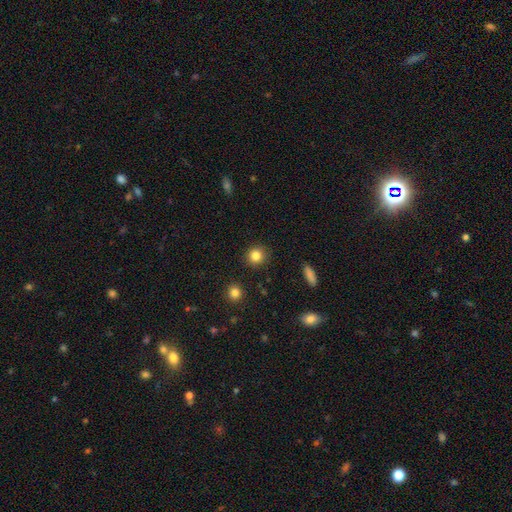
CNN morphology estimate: Smooth or featured: smooth — 83% (star or artifact — 11%)
How rounded: round — 91% (in between — 8%)
Merging: none — 91% (minor disturbance — 6%)